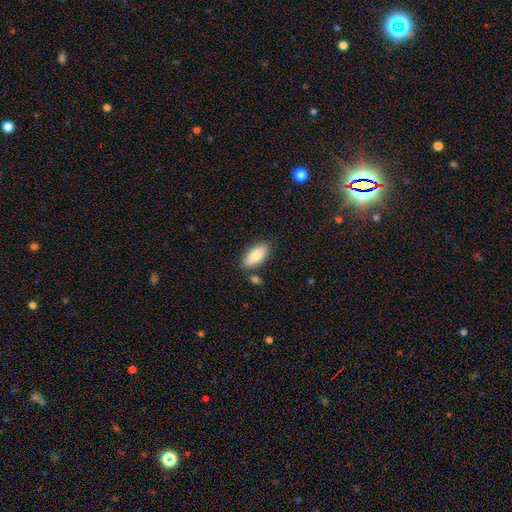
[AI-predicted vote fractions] smooth 84%, featured or disk 10%, star or artifact 6%. Down the decision tree: how rounded — in between (91%); merging — none (80%).